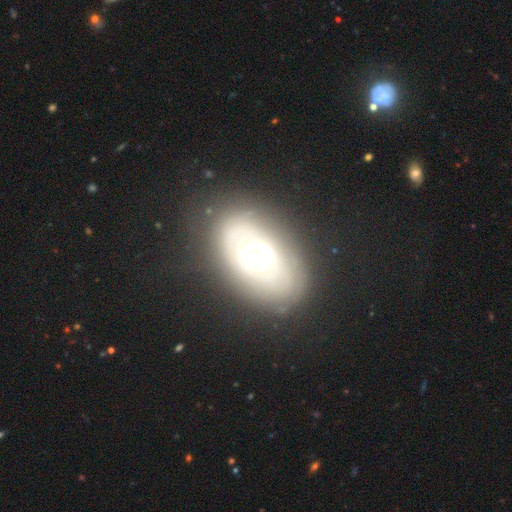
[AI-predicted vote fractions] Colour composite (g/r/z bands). It shows a featured or disk galaxy (74%) with no bar (57%), spiral arms (70%) and a moderate central bulge (67%). Merging: none (76%).